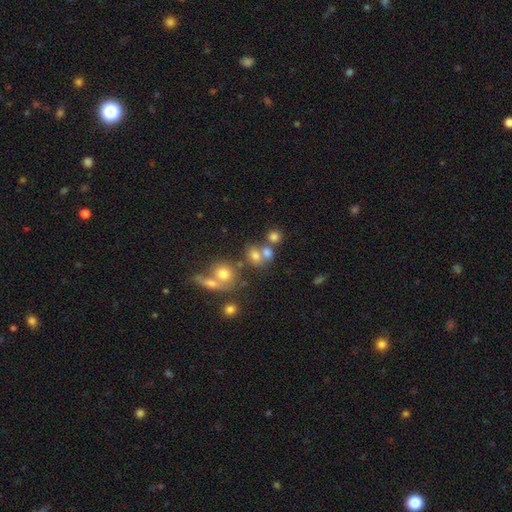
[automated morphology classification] Smooth or featured?
  - smooth: 67% *
  - star or artifact: 17%
  - featured or disk: 16%
How rounded?
  - round: 56% *
  - in between: 43%
  - cigar-shaped: 2%
Merging?
  - merger: 42% *
  - none: 41%
  - minor disturbance: 11%
  - major disturbance: 6%